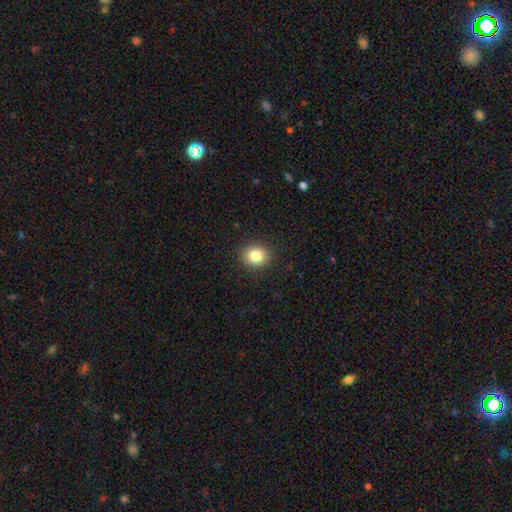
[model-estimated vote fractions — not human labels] smooth_or_featured: smooth (p=0.85) [alt: star or artifact p=0.10]
how_rounded: round (p=0.76) [alt: in between p=0.24]
merging: none (p=0.90) [alt: minor disturbance p=0.07]